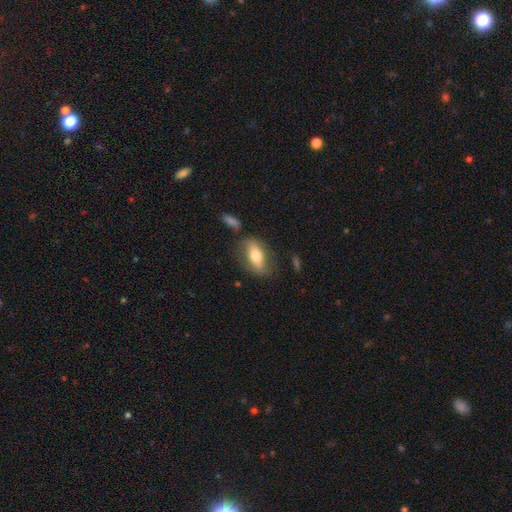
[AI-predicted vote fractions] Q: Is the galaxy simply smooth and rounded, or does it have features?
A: smooth — 55%.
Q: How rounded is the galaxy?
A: in between — 77%.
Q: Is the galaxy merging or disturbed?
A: none — 72%.